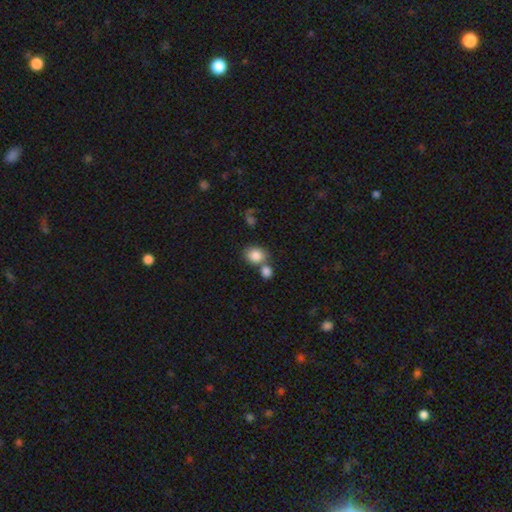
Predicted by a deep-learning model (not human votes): smooth_or_featured: smooth (p=0.84) [alt: star or artifact p=0.09]
how_rounded: round (p=0.57) [alt: in between p=0.42]
merging: none (p=0.51) [alt: merger p=0.35]